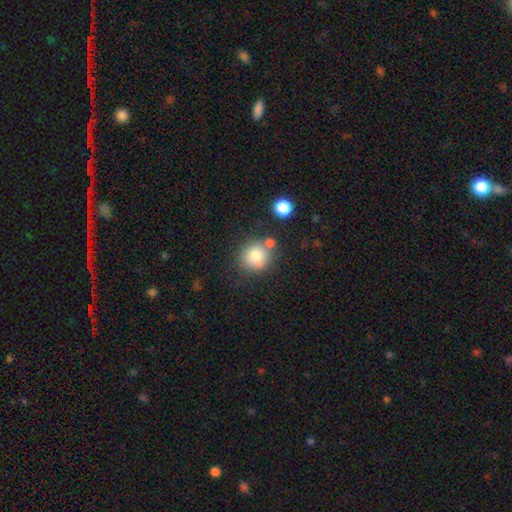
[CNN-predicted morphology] The model was most divided on "merging": none: 68%, merger: 16%, minor disturbance: 12%, major disturbance: 4%. More confident: how rounded — round (89%); smooth or featured — smooth (80%).